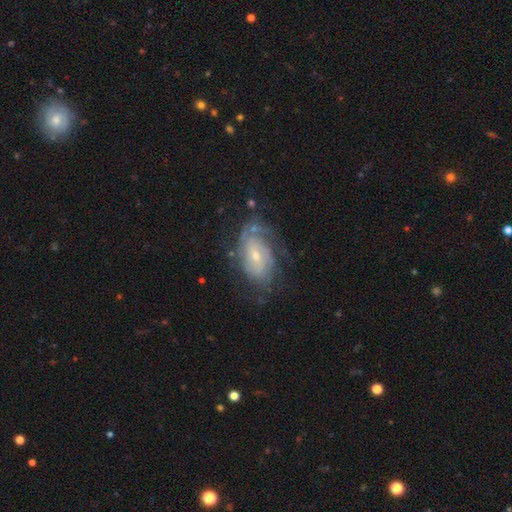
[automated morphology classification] type=featured or disk (80%); edge-on=no (96%); bar=no (57%); spiral arms=yes (91%); winding=tight (58%); arm count=can't tell (42%); bulge=small (63%); merging=none (61%).